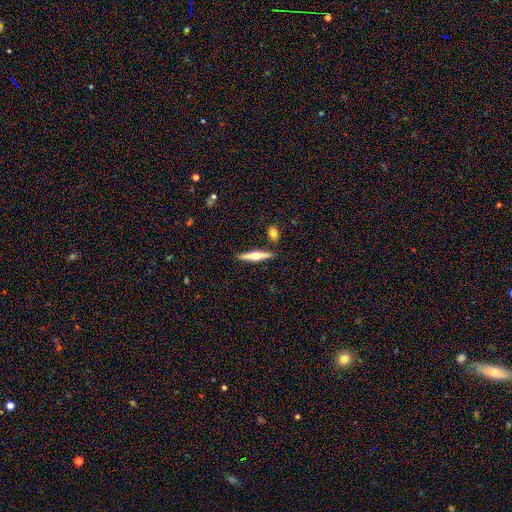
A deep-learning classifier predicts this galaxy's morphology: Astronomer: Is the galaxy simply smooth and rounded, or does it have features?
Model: featured or disk — 65%.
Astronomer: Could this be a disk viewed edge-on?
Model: yes — 97%.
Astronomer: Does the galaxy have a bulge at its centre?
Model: rounded — 95%.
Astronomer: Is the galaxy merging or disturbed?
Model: none — 87%.